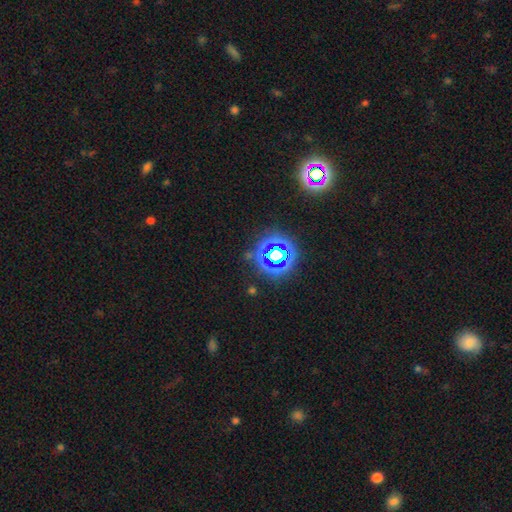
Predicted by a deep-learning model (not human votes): The model was most divided on "smooth or featured": star or artifact: 71%, smooth: 23%, featured or disk: 6%.